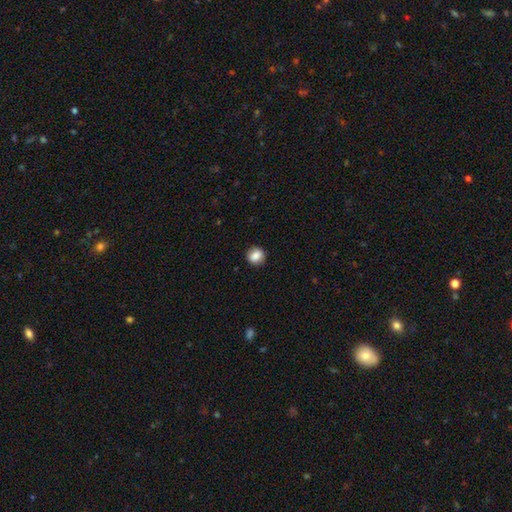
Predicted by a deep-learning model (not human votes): Smooth or featured: smooth — 85% (star or artifact — 9%)
How rounded: round — 85% (in between — 14%)
Merging: none — 90% (minor disturbance — 7%)